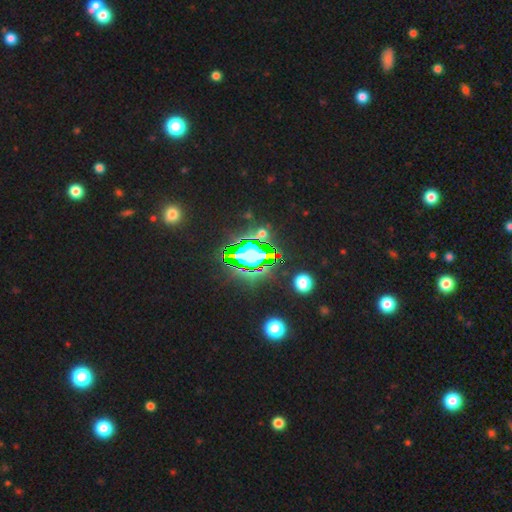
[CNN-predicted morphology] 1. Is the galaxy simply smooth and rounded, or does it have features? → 67% star or artifact, 20% smooth, 12% featured or disk.